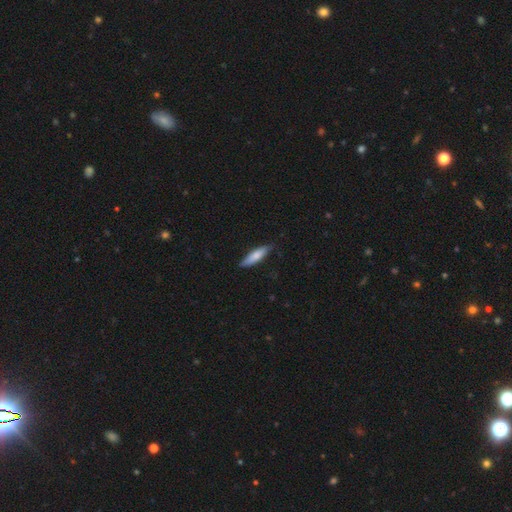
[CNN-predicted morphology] smooth-or-featured: smooth: 75% | featured or disk: 20% | star or artifact: 5%
  how-rounded: cigar-shaped: 67% | in between: 31% | round: 2%
  merging: none: 79% | minor disturbance: 18% | major disturbance: 2% | merger: 1%